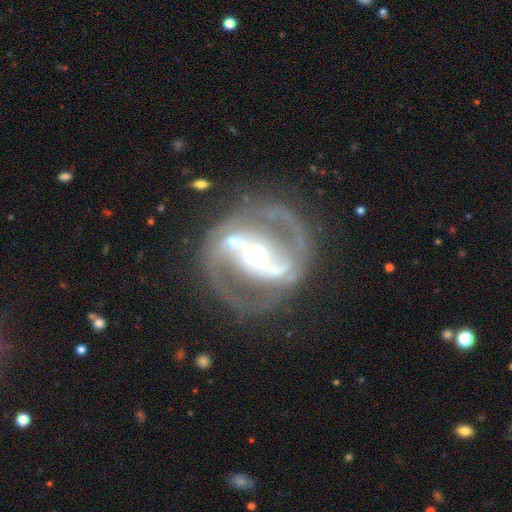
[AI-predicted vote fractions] This is clearly a featured or disk galaxy (86%). It is clearly not viewed edge-on (96%). Bar: possibly strong (53%). Spiral arm pattern: clearly yes (88%). Spiral arm count: clearly 2 (91%). Spiral winding: possibly medium (57%). Central bulge: likely moderate (63%). Merging: likely none (73%).